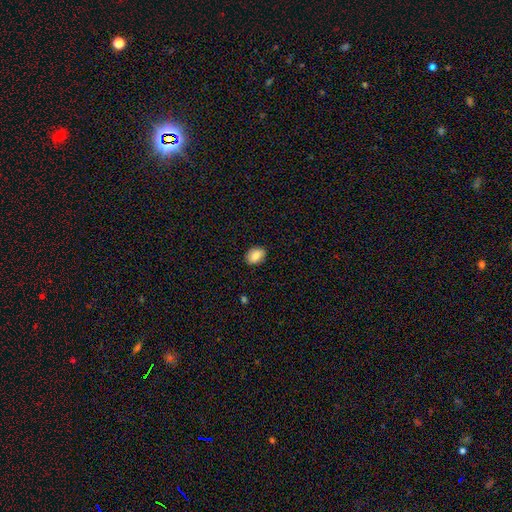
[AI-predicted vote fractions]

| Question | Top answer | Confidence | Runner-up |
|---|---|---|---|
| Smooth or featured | smooth | 83% | featured or disk (9%) |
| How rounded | in between | 74% | round (24%) |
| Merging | none | 87% | minor disturbance (10%) |